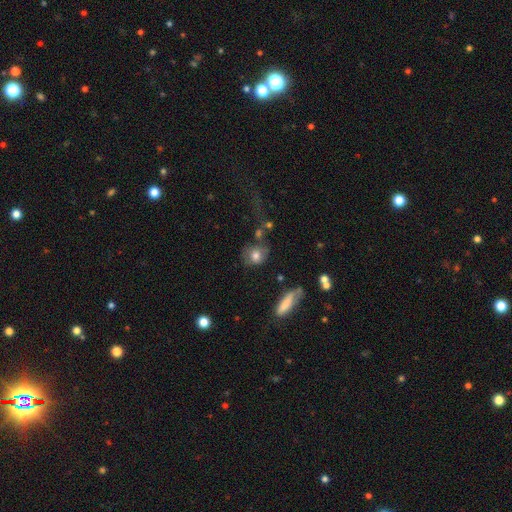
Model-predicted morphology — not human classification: smooth-or-featured: smooth: 70% | featured or disk: 21% | star or artifact: 9%
  how-rounded: round: 68% | in between: 29% | cigar-shaped: 3%
  merging: none: 54% | minor disturbance: 22% | major disturbance: 14% | merger: 10%